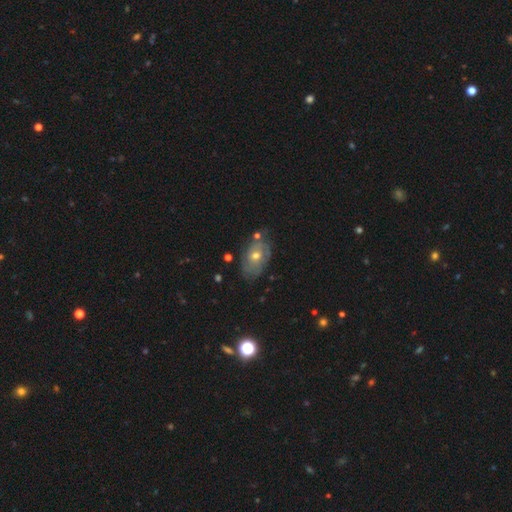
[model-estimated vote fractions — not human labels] A featured or disk galaxy (59%) with no bar (81%), spiral arms (64%) and a moderate central bulge (63%).

Vote fractions:
- Smooth or featured? featured or disk: 59% / smooth: 31% / star or artifact: 10%
- Edge-on disk? no: 92% / yes: 8%
- Bar? no: 81% / weak: 16% / strong: 3%
- Spiral arms? yes: 64% / no: 36%
- Bulge size? moderate: 63% / small: 32% / large: 3% / none: 1% / dominant: 1%
- Merging? none: 67% / minor disturbance: 22% / major disturbance: 7% / merger: 5%